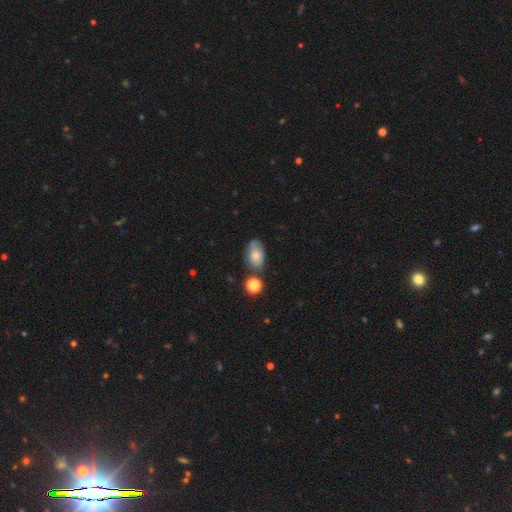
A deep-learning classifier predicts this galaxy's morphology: A smooth galaxy with no disk features (68%) that is in between round and cigar-shaped (87%). Merging: none (57%).